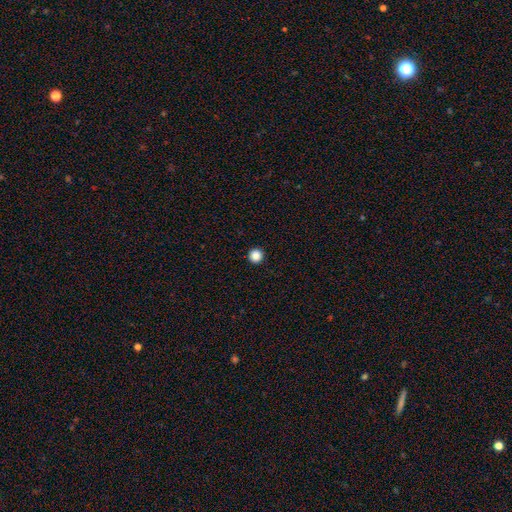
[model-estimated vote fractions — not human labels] Q: Smooth or featured?
A: smooth (87%); runner-up: star or artifact (11%)
Q: How rounded?
A: round (96%); runner-up: in between (3%)
Q: Merging?
A: none (94%); runner-up: minor disturbance (4%)